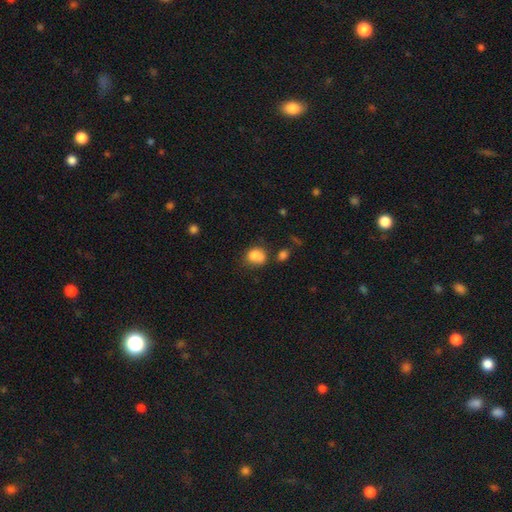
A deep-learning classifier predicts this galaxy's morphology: A smooth galaxy with no disk features (76%) that is round (50%). Merging: merger (42%).